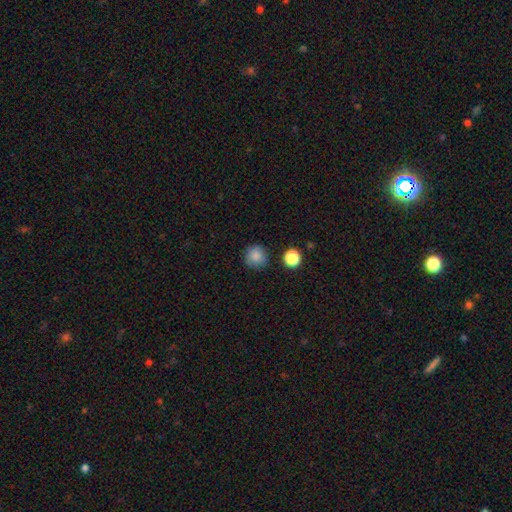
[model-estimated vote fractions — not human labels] A smooth galaxy with no disk features (84%) that is round (93%). Merging: none (85%).